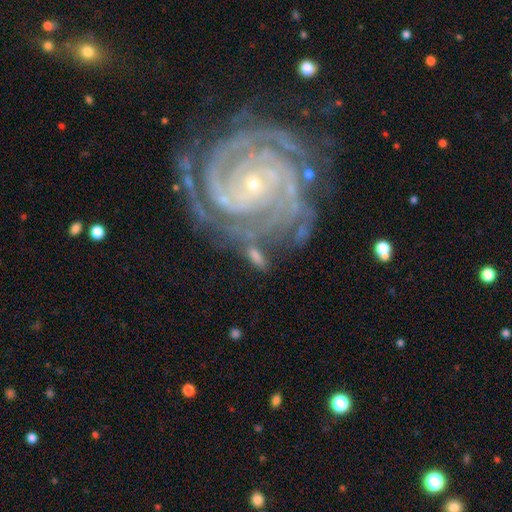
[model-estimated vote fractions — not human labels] This appears to be a smooth galaxy with no disk features (56%) that is in between round and cigar-shaped (76%). Merging: none (61%).